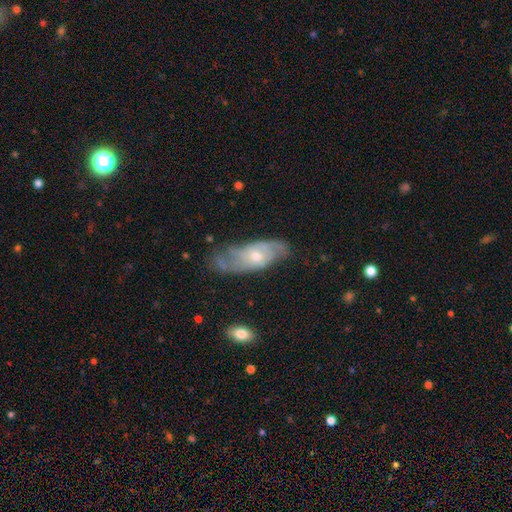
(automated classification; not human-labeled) A featured or disk galaxy (68%) with no bar (66%), spiral arms (82%) and a moderate central bulge (53%). Merging: none (58%).